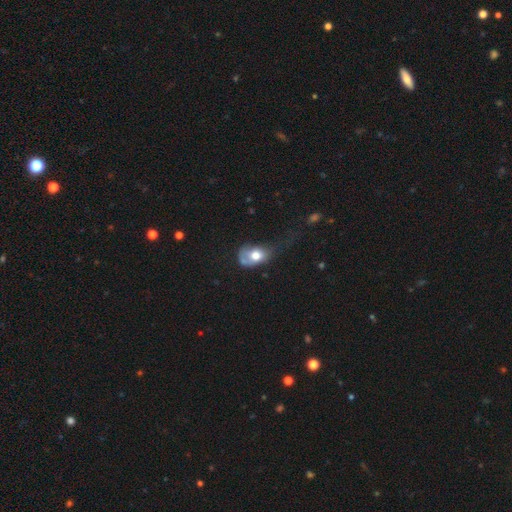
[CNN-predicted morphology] smooth 67%, featured or disk 25%, star or artifact 8%. Down the decision tree: how rounded — in between (72%); merging — major disturbance (43%).